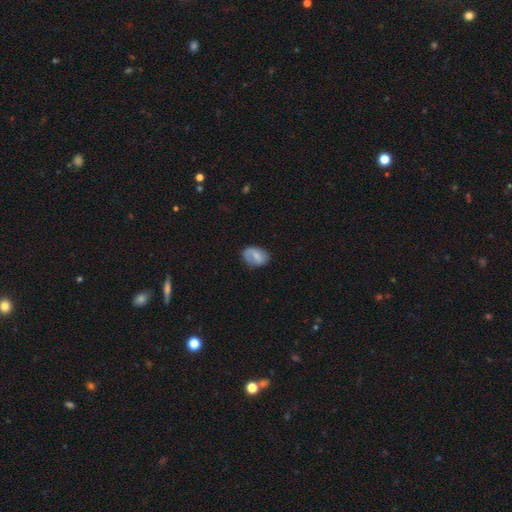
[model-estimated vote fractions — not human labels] Smooth or featured? Predicted: smooth (p=0.57). How rounded? Predicted: in between (p=0.80). Merging? Predicted: none (p=0.72).